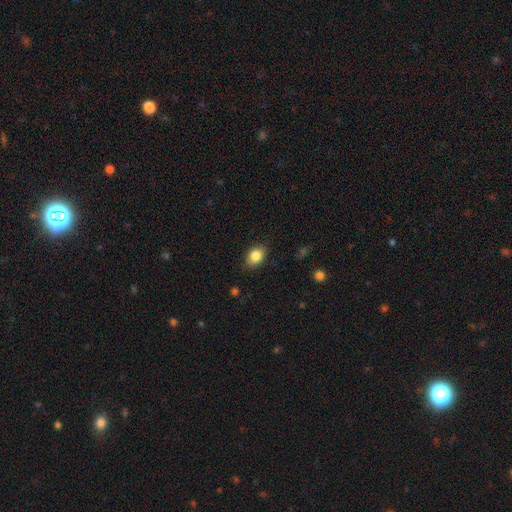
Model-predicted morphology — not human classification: The model was most divided on "how rounded": in between: 73%, round: 26%, cigar-shaped: 1%. More confident: smooth or featured — smooth (85%); merging — none (83%).